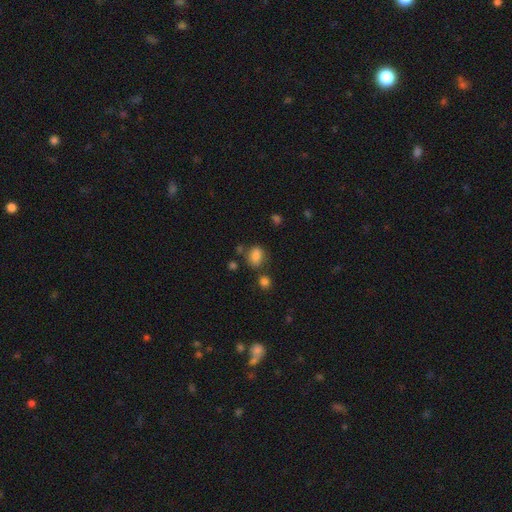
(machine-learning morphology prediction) Smooth or featured? smooth (82%)
How rounded? in between (72%)
Merging? none (61%)